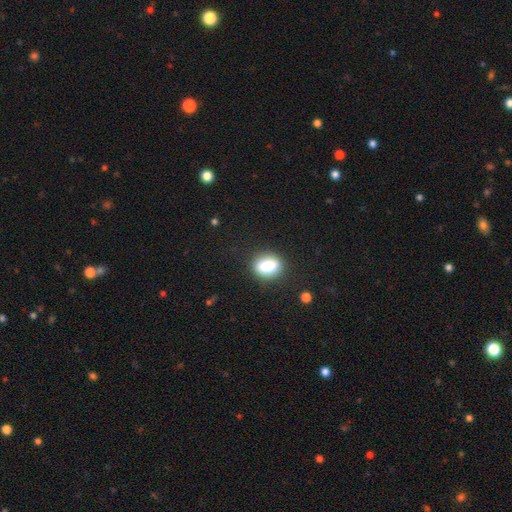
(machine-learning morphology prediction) Smooth or featured?
  - smooth: 69% *
  - star or artifact: 24%
  - featured or disk: 7%
How rounded?
  - in between: 58% *
  - round: 39%
  - cigar-shaped: 3%
Merging?
  - none: 87% *
  - minor disturbance: 8%
  - major disturbance: 3%
  - merger: 2%